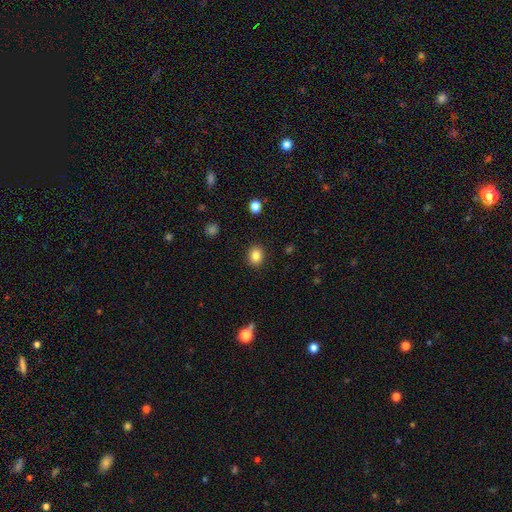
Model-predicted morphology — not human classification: Q: Smooth or featured?
A: smooth (84%); runner-up: star or artifact (11%)
Q: How rounded?
A: round (58%); runner-up: in between (41%)
Q: Merging?
A: none (89%); runner-up: minor disturbance (7%)